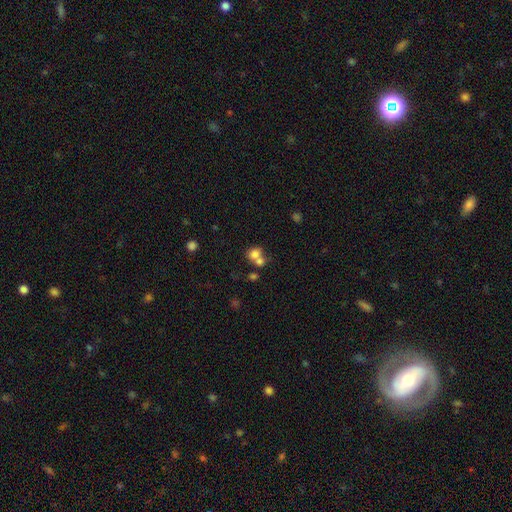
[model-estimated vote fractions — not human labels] Overall: smooth (75%). How rounded: round (59%; in between 40%). Merging: merger (54%; none 34%).